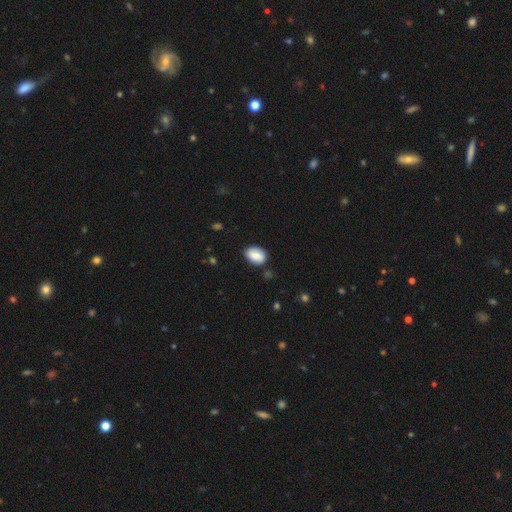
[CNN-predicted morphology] smooth_or_featured: smooth (p=0.75) [alt: featured or disk p=0.18]
how_rounded: in between (p=0.80) [alt: round p=0.19]
merging: none (p=0.78) [alt: minor disturbance p=0.16]